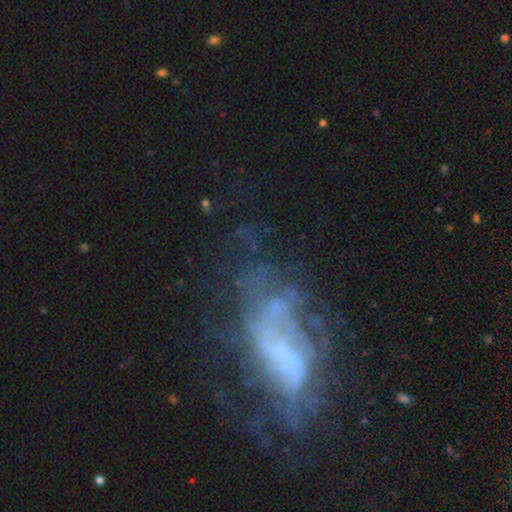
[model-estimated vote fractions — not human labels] Q: Smooth or featured?
A: featured or disk (65%); runner-up: star or artifact (18%)
Q: Edge-on disk?
A: no (94%); runner-up: yes (6%)
Q: Bar?
A: no (58%); runner-up: weak (26%)
Q: Spiral arms?
A: no (56%); runner-up: yes (44%)
Q: Bulge size?
A: none (65%); runner-up: small (20%)
Q: Merging?
A: major disturbance (37%); runner-up: none (35%)